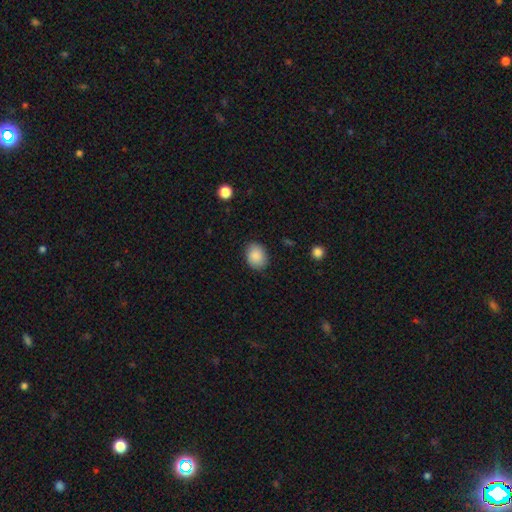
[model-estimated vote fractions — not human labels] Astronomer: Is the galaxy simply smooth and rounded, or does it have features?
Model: smooth — 88%.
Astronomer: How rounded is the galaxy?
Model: in between — 53% (runner-up: round, 46%).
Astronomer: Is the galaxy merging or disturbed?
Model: none — 85%.